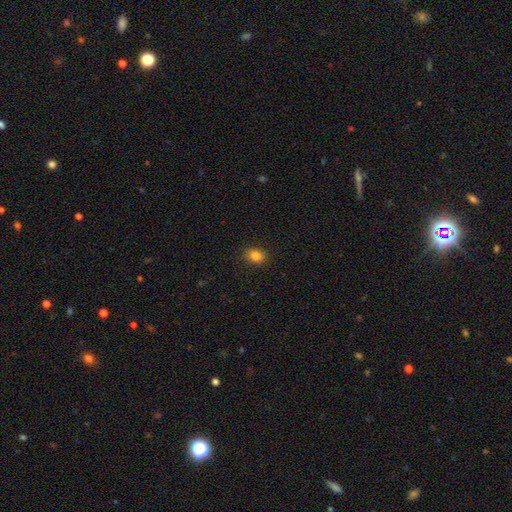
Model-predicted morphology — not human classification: smooth-or-featured: smooth: 84% | star or artifact: 11% | featured or disk: 5%
  how-rounded: round: 59% | in between: 40% | cigar-shaped: 1%
  merging: none: 88% | minor disturbance: 8% | major disturbance: 2% | merger: 1%